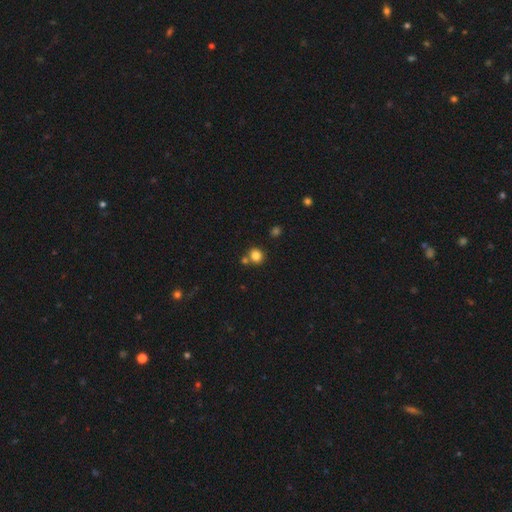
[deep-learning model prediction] The model was most divided on "merging": none: 72%, merger: 17%, minor disturbance: 8%, major disturbance: 3%. More confident: how rounded — round (87%); smooth or featured — smooth (83%).